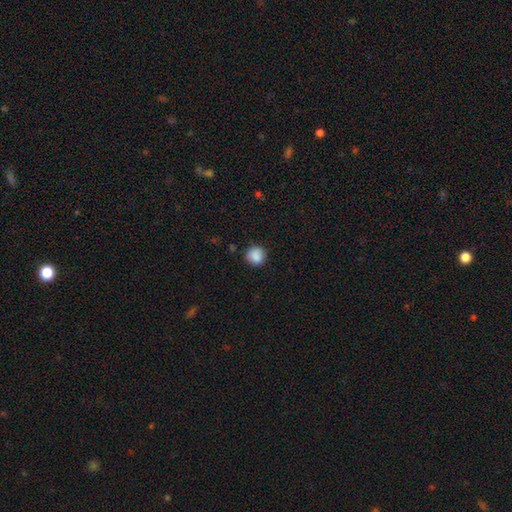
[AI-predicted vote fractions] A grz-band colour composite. It shows a smooth galaxy with no disk features (88%) that is round (91%). Merging: none (87%).